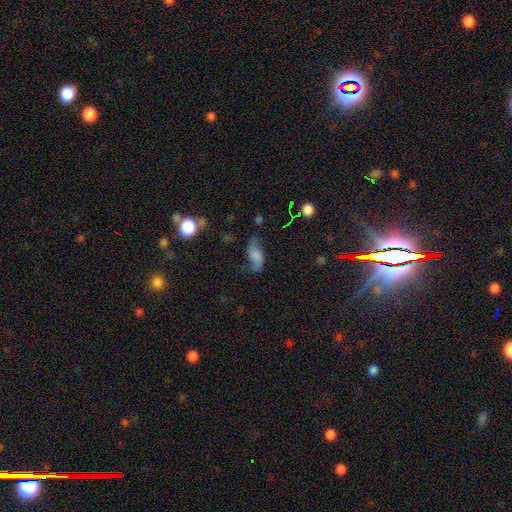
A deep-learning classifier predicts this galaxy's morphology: This is marginally a featured or disk galaxy (45%). Merging: possibly none (53%).